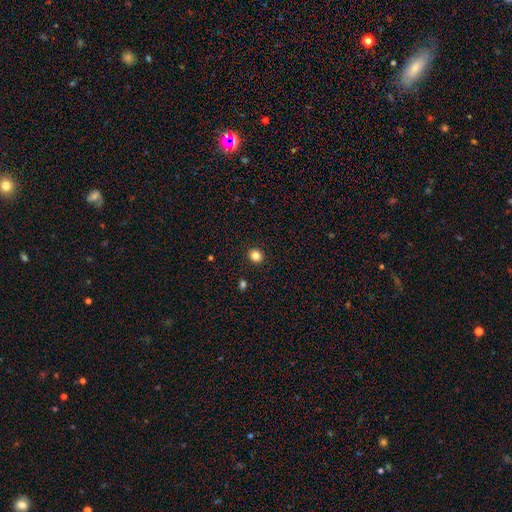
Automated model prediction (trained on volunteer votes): Smooth or featured?
  - smooth: 84% *
  - star or artifact: 11%
  - featured or disk: 5%
How rounded?
  - round: 81% *
  - in between: 19%
  - cigar-shaped: 1%
Merging?
  - none: 92% *
  - minor disturbance: 5%
  - major disturbance: 2%
  - merger: 1%